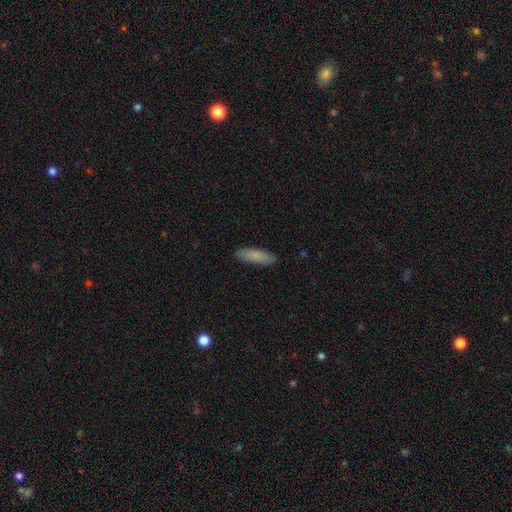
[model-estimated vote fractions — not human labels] smooth-or-featured: smooth: 82% | featured or disk: 12% | star or artifact: 6%
  how-rounded: cigar-shaped: 56% | in between: 42% | round: 2%
  merging: none: 89% | minor disturbance: 9% | major disturbance: 2% | merger: 1%